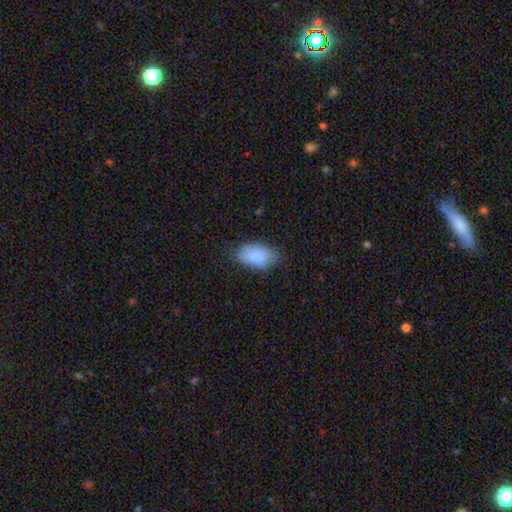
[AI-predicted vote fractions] Smooth or featured? smooth (88%)
How rounded? in between (94%)
Merging? none (74%)